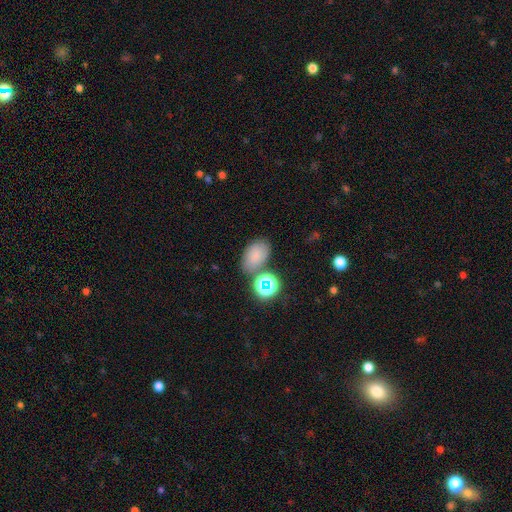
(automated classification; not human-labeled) smooth_or_featured: smooth (p=0.73) [alt: star or artifact p=0.18]
how_rounded: in between (p=0.84) [alt: round p=0.15]
merging: none (p=0.69) [alt: minor disturbance p=0.14]